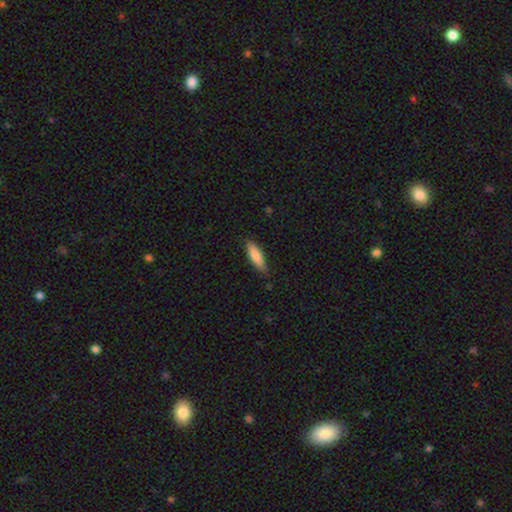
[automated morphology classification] smooth 80%, featured or disk 14%, star or artifact 6%. Down the decision tree: how rounded — cigar-shaped (55%); merging — none (78%).